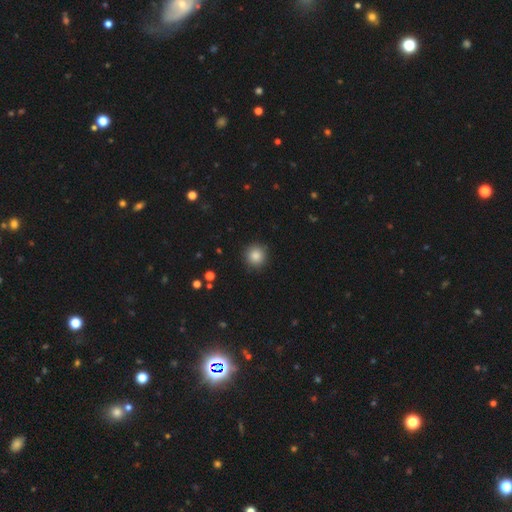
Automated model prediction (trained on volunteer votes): A smooth galaxy with no disk features (86%) that is round (94%).

Vote fractions:
- Smooth or featured? smooth: 86% / star or artifact: 10% / featured or disk: 4%
- How rounded? round: 94% / in between: 5% / cigar-shaped: 1%
- Merging? none: 91% / minor disturbance: 6% / major disturbance: 2% / merger: 1%